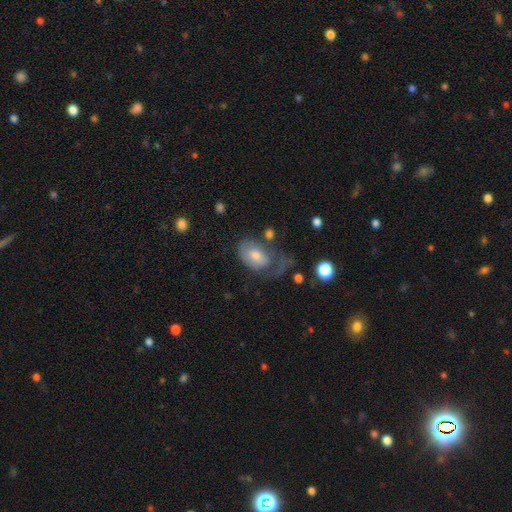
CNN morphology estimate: Overall: smooth (52%; featured or disk 39%). How rounded: in between (84%). Merging: major disturbance (37%; none 33%).